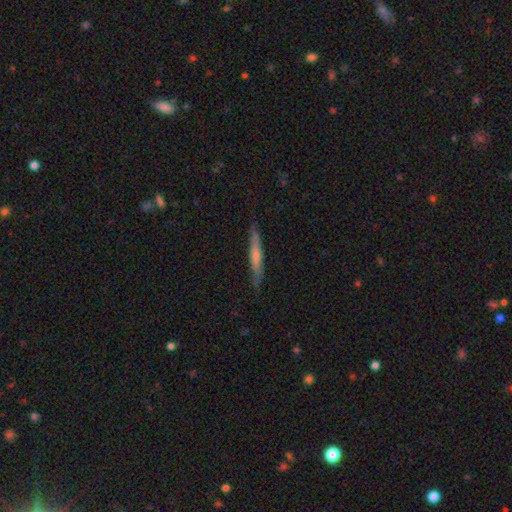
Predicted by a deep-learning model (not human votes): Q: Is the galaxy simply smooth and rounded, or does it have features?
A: featured or disk — 49%.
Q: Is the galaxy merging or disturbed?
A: none — 86%.